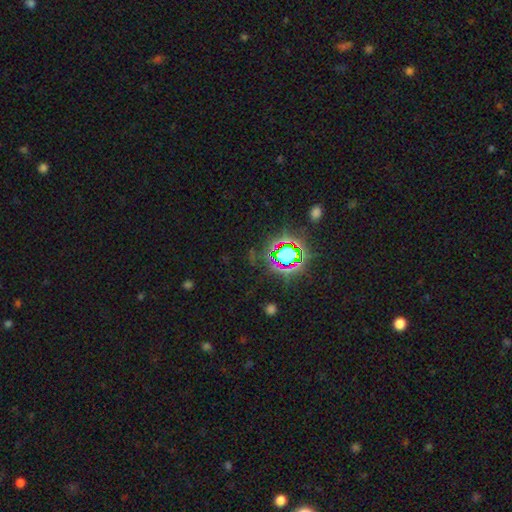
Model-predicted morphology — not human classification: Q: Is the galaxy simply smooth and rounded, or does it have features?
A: star or artifact — 79%.